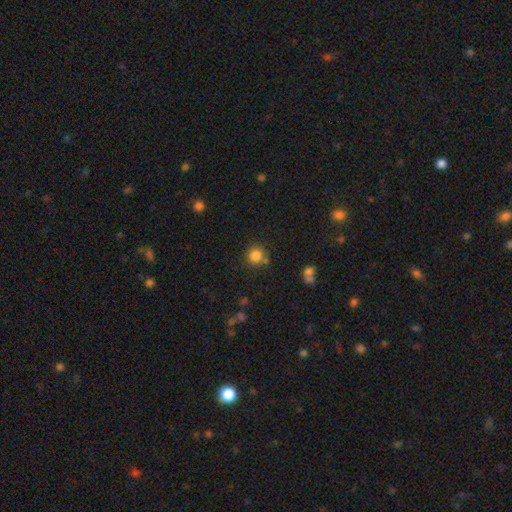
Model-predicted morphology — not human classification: smooth_or_featured: smooth (p=0.83) [alt: star or artifact p=0.12]
how_rounded: round (p=0.92) [alt: in between p=0.07]
merging: none (p=0.77) [alt: minor disturbance p=0.11]